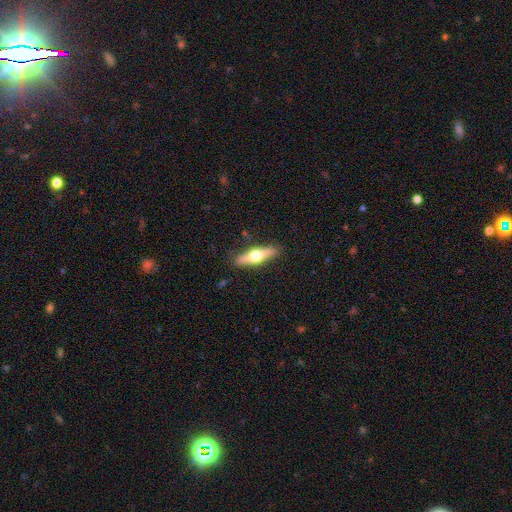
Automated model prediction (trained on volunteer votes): Morphology: type=featured or disk (57%); edge-on=yes (94%); edge-on bulge=rounded (96%); merging=none (87%).